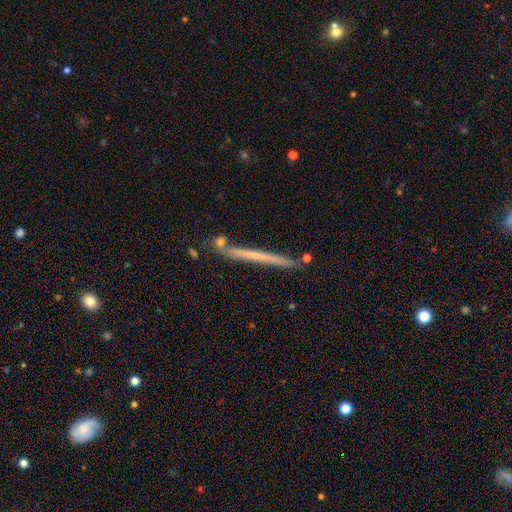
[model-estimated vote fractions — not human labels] Q: Smooth or featured?
A: featured or disk (55%); runner-up: smooth (39%)
Q: Edge-on disk?
A: yes (97%); runner-up: no (3%)
Q: Edge-on bulge?
A: none (86%); runner-up: rounded (10%)
Q: Merging?
A: none (83%); runner-up: minor disturbance (10%)